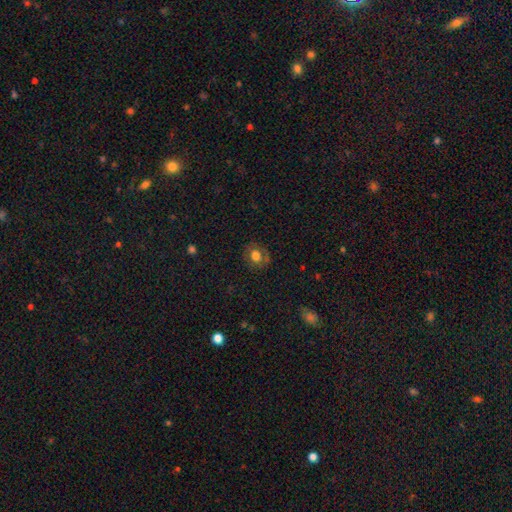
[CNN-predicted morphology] Smooth or featured? smooth (67%)
How rounded? round (69%)
Merging? none (78%)